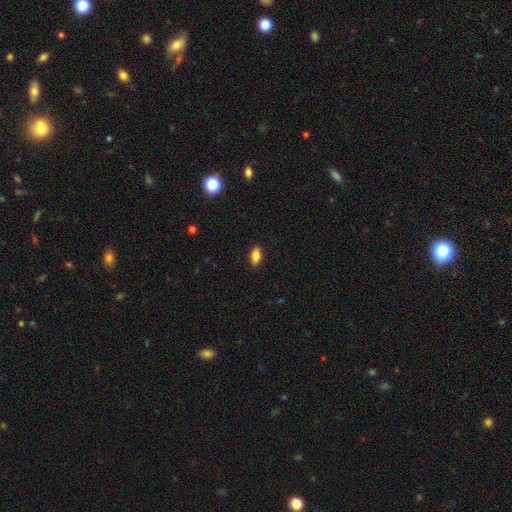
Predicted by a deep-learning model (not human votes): Smooth or featured?
  - smooth: 84% *
  - star or artifact: 9%
  - featured or disk: 7%
How rounded?
  - in between: 89% *
  - cigar-shaped: 6%
  - round: 5%
Merging?
  - none: 89% *
  - minor disturbance: 9%
  - major disturbance: 2%
  - merger: 1%